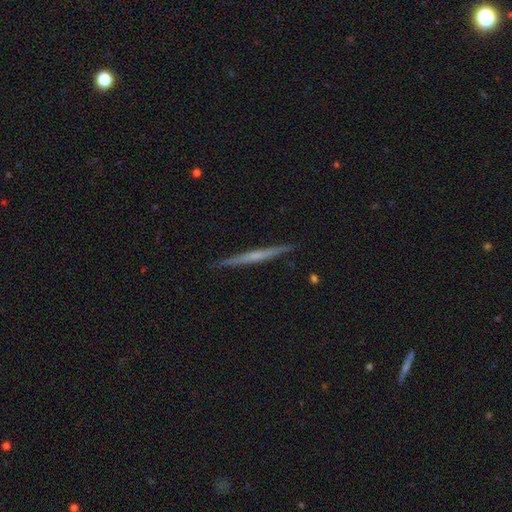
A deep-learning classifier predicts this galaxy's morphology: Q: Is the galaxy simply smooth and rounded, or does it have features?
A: featured or disk — 61%.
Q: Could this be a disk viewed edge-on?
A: yes — 98%.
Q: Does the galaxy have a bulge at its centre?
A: none — 67%.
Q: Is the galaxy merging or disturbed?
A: none — 91%.